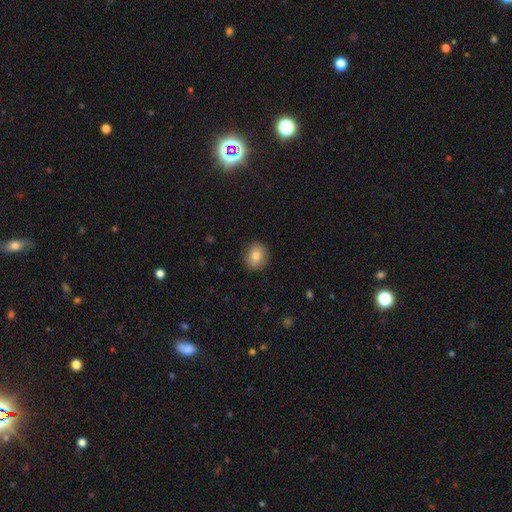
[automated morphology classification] Smooth or featured? Predicted: smooth (p=0.80). How rounded? Predicted: round (p=0.68). Merging? Predicted: none (p=0.89).